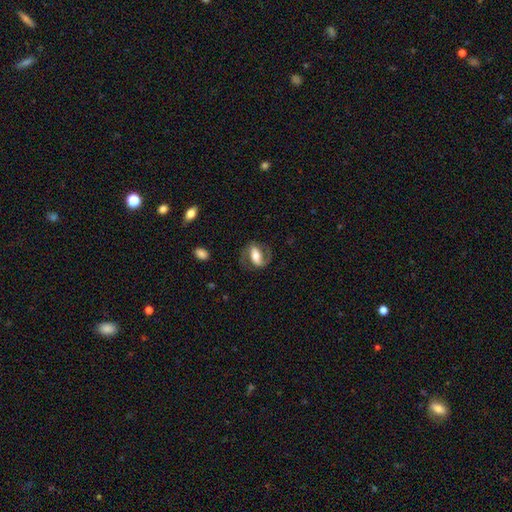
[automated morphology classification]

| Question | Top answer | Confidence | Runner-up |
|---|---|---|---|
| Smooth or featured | featured or disk | 68% | smooth (26%) |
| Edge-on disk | no | 93% | yes (7%) |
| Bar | strong | 52% | weak (27%) |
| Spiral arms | yes | 87% | no (13%) |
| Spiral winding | medium | 51% | loose (25%) |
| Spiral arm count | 2 | 87% | 1 (5%) |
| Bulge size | moderate | 51% | large (28%) |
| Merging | none | 72% | minor disturbance (15%) |